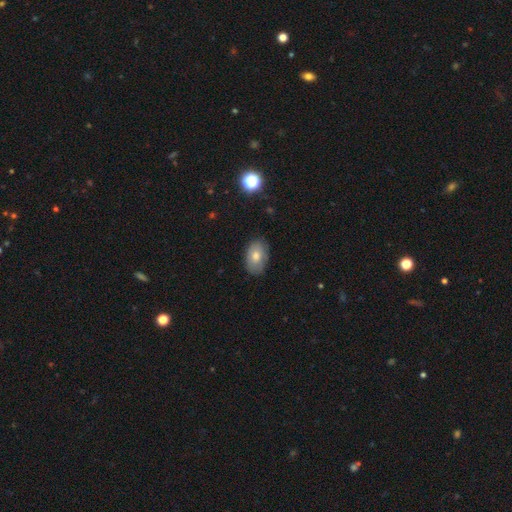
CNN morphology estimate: Smooth or featured: smooth — 71% (featured or disk — 19%)
How rounded: in between — 88% (round — 11%)
Merging: none — 83% (minor disturbance — 13%)